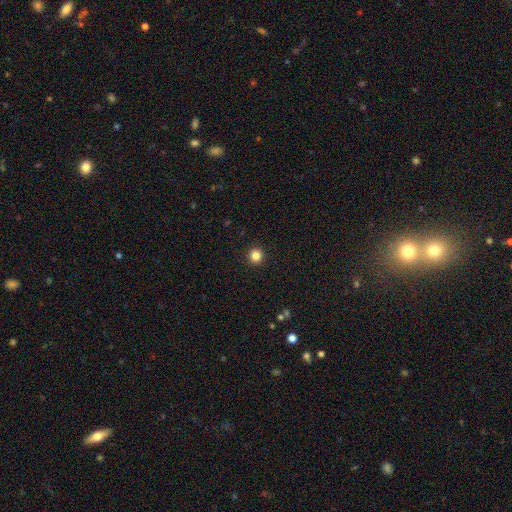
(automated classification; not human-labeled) Overall: smooth (84%). How rounded: round (95%). Merging: none (93%).